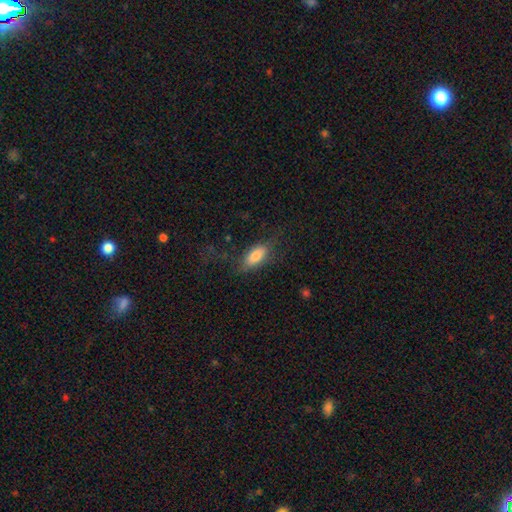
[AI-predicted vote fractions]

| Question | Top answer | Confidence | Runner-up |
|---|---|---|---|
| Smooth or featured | smooth | 77% | featured or disk (15%) |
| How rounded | in between | 83% | cigar-shaped (14%) |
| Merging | none | 64% | minor disturbance (20%) |